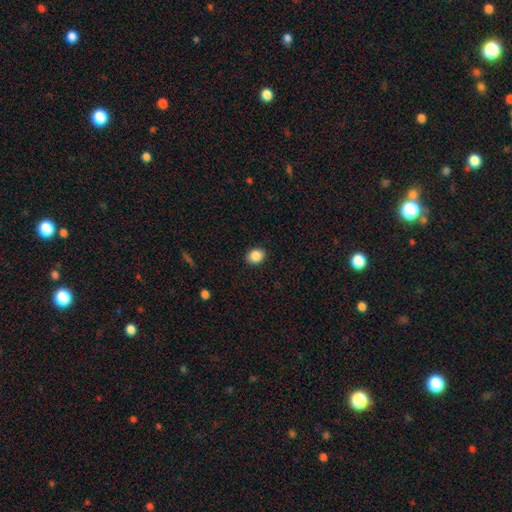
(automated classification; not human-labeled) This is clearly a smooth galaxy (87%). How rounded: possibly round (50%). Merging: clearly none (90%).